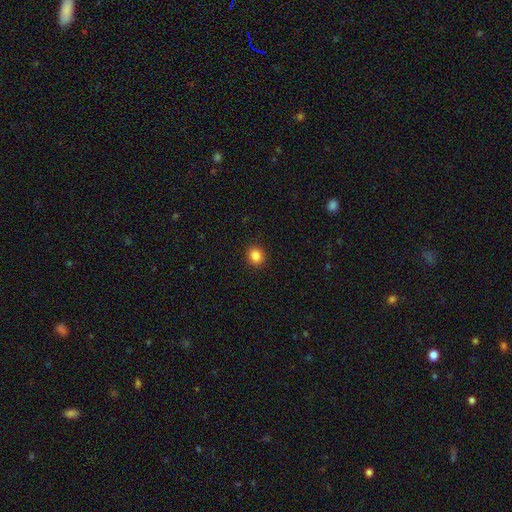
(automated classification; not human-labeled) A smooth galaxy with no disk features (85%) that is round (83%). Merging: none (92%).